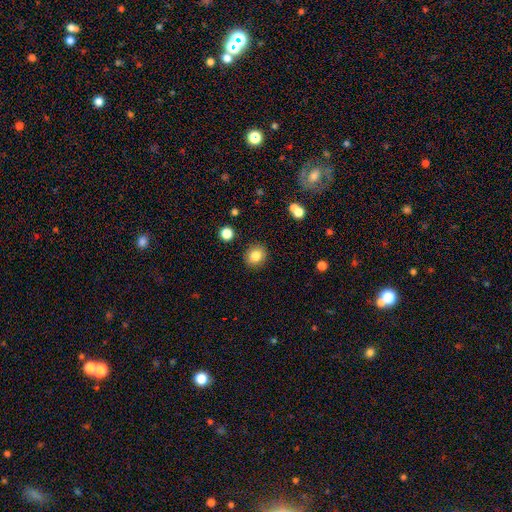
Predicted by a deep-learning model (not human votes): smooth-or-featured: smooth: 84% | star or artifact: 10% | featured or disk: 7%
  how-rounded: round: 75% | in between: 24% | cigar-shaped: 1%
  merging: none: 88% | minor disturbance: 8% | major disturbance: 2% | merger: 2%